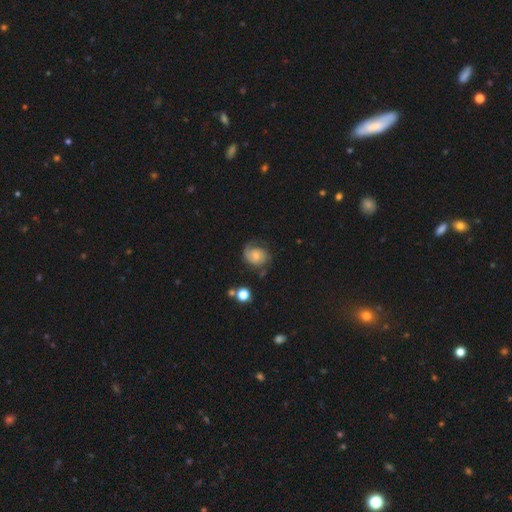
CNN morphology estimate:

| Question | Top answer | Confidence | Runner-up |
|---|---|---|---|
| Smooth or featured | featured or disk | 70% | smooth (22%) |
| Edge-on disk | no | 98% | yes (2%) |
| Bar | no | 70% | weak (26%) |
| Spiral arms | yes | 92% | no (8%) |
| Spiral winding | tight | 45% | medium (39%) |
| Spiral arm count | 2 | 64% | can't tell (14%) |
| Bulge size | small | 49% | moderate (39%) |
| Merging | none | 61% | minor disturbance (23%) |